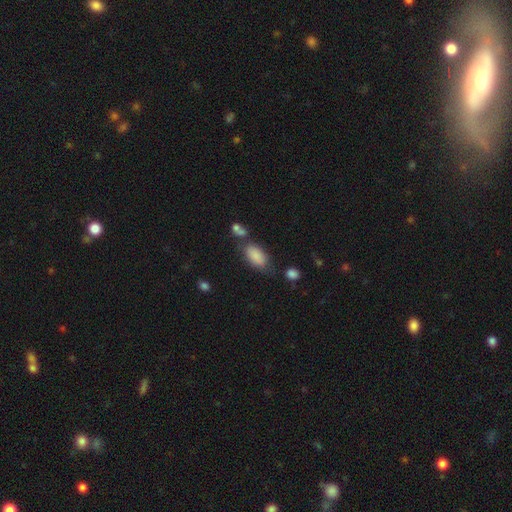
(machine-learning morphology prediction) A smooth galaxy with no disk features (85%) that is in between round and cigar-shaped (92%).

Vote fractions:
- Smooth or featured? smooth: 85% / star or artifact: 7% / featured or disk: 7%
- How rounded? in between: 92% / cigar-shaped: 4% / round: 3%
- Merging? none: 56% / minor disturbance: 23% / merger: 13% / major disturbance: 8%